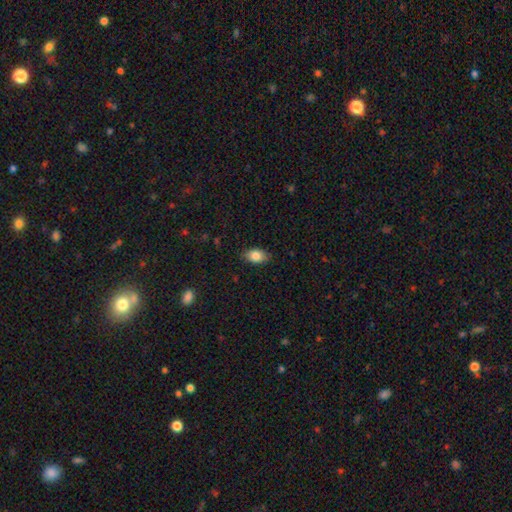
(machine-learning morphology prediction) Smooth or featured? smooth (84%)
How rounded? in between (88%)
Merging? none (84%)